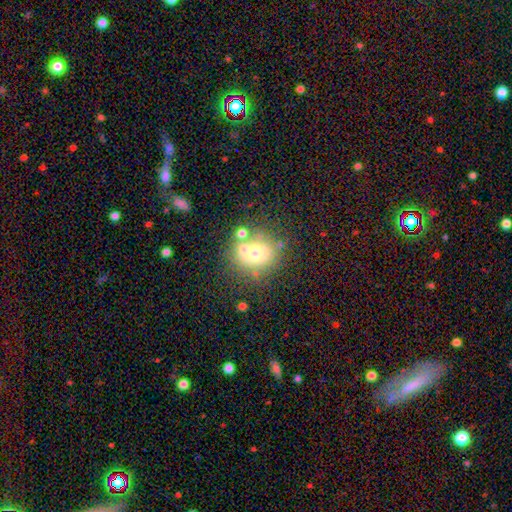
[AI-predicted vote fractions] This is likely a smooth galaxy (62%). How rounded: likely round (72%). Merging: possibly none (58%).